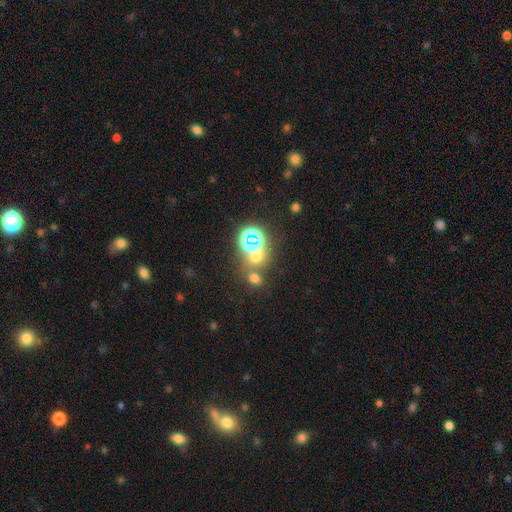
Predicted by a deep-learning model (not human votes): smooth 49%, star or artifact 43%, featured or disk 8%. Down the decision tree: merging — none (58%).